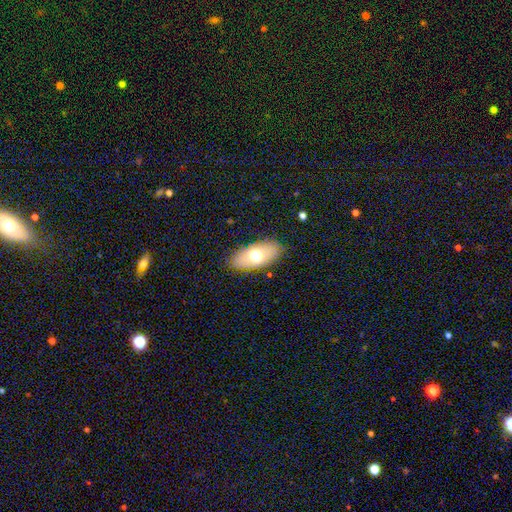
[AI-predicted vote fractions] smooth 65%, featured or disk 27%, star or artifact 7%. Down the decision tree: how rounded — in between (90%); merging — none (85%).